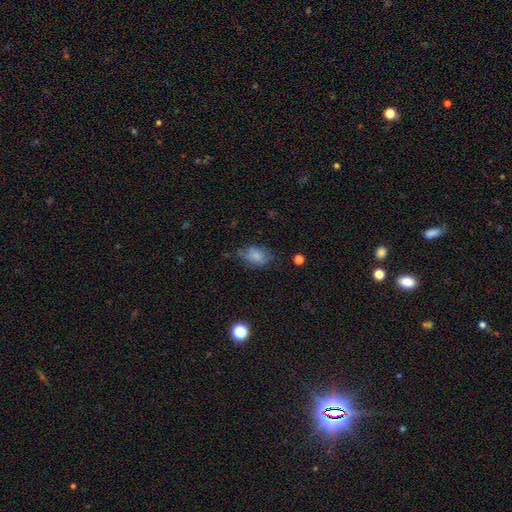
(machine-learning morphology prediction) smooth 74%, featured or disk 16%, star or artifact 10%. Down the decision tree: how rounded — in between (78%); merging — none (50%).